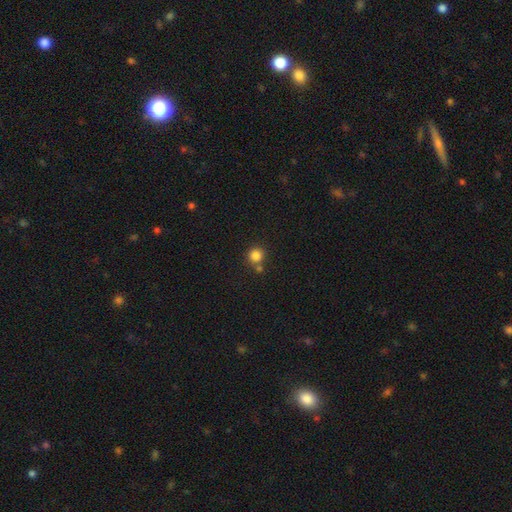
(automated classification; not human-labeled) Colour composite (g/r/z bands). It shows a smooth galaxy with no disk features (84%) that is round (93%). Merging: none (70%).